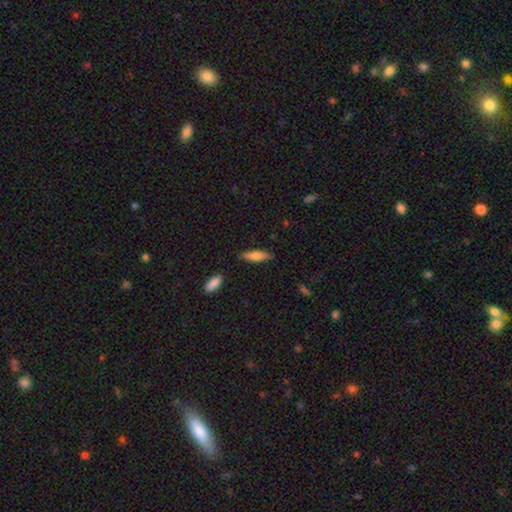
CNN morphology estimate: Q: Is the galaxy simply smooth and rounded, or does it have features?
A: smooth — 75%.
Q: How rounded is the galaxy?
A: cigar-shaped — 58%.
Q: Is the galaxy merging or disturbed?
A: none — 83%.